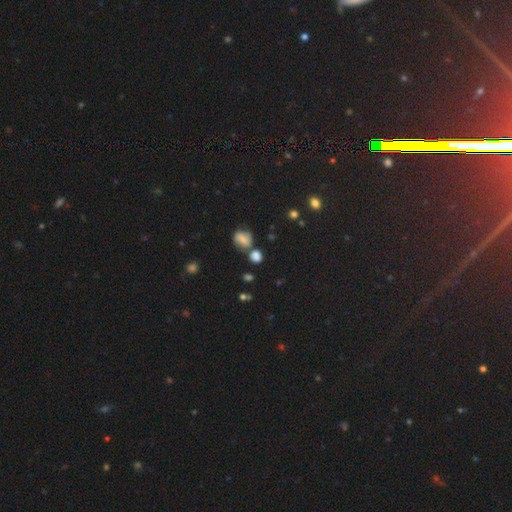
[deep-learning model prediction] This appears to be a smooth galaxy with no disk features (69%) that is round (69%). Merging: none (55%).